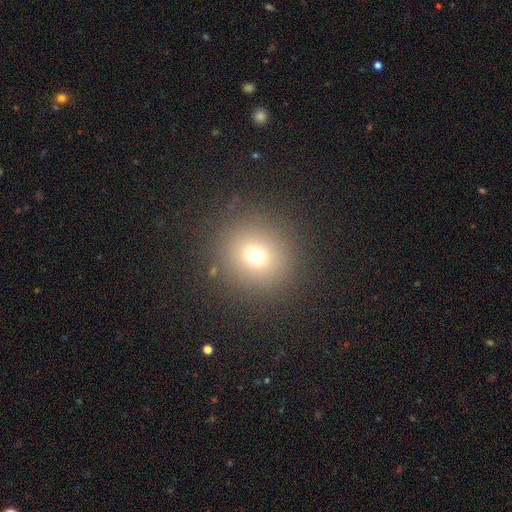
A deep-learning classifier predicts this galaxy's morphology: Q: Smooth or featured?
A: smooth (71%); runner-up: star or artifact (19%)
Q: How rounded?
A: round (90%); runner-up: in between (9%)
Q: Merging?
A: none (88%); runner-up: minor disturbance (7%)